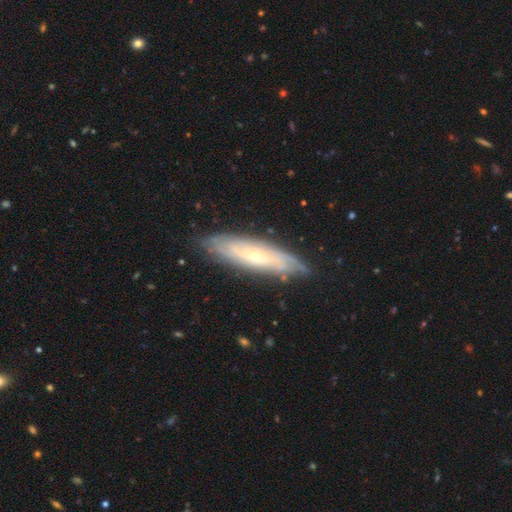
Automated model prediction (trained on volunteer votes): featured or disk 65%, smooth 28%, star or artifact 7%. Down the decision tree: edge-on disk — no (62%); merging — none (81%).